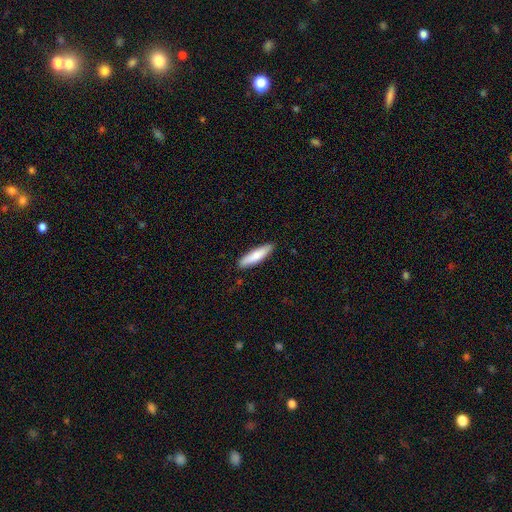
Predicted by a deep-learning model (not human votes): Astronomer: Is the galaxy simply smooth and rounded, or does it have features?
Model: smooth — 78%.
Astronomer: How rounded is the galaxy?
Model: cigar-shaped — 77%.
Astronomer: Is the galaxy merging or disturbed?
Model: none — 89%.